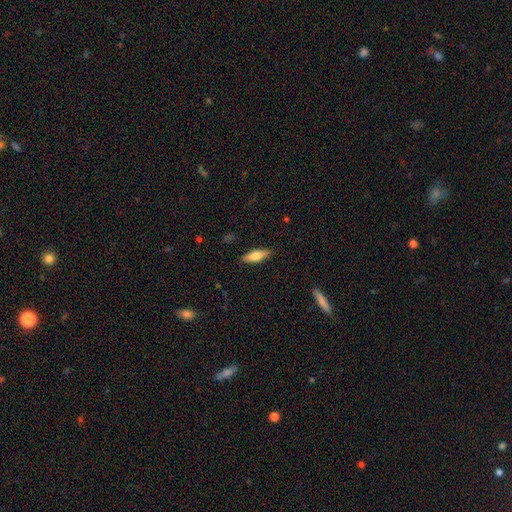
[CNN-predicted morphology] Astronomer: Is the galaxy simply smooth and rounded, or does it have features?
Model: smooth — 61%.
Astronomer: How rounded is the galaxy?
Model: cigar-shaped — 53% (runner-up: in between, 44%).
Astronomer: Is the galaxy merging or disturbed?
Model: none — 88%.